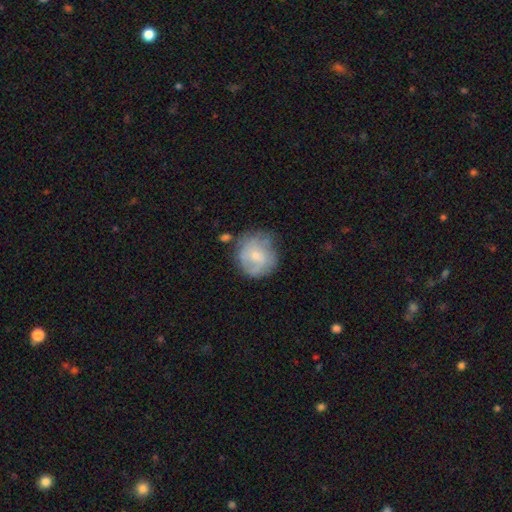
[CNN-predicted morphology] This is possibly a smooth galaxy (51%). How rounded: clearly round (85%). Merging: possibly none (57%).